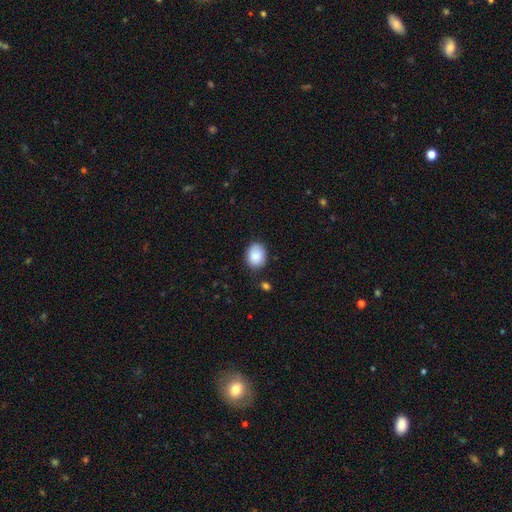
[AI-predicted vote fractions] Q: Smooth or featured?
A: smooth (87%); runner-up: star or artifact (7%)
Q: How rounded?
A: in between (62%); runner-up: round (37%)
Q: Merging?
A: none (77%); runner-up: minor disturbance (17%)